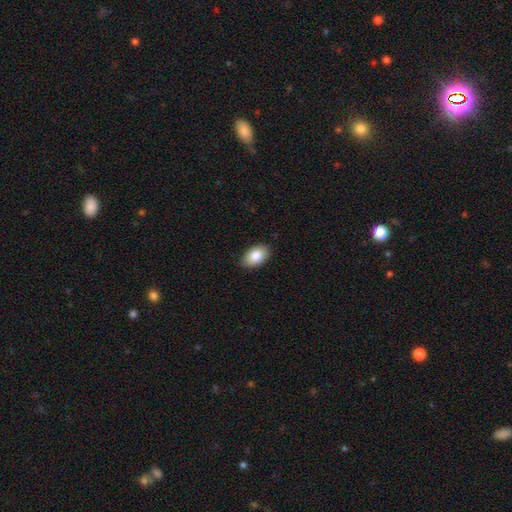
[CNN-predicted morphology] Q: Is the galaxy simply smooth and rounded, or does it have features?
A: smooth — 85%.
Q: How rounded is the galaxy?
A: in between — 92%.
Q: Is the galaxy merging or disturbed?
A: none — 87%.